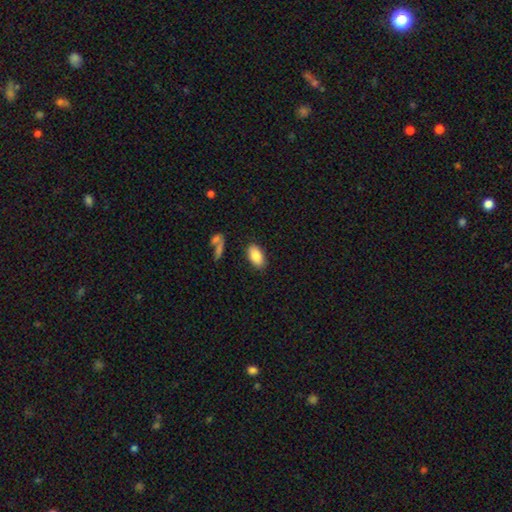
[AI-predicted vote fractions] Smooth or featured? smooth (86%)
How rounded? in between (94%)
Merging? none (85%)